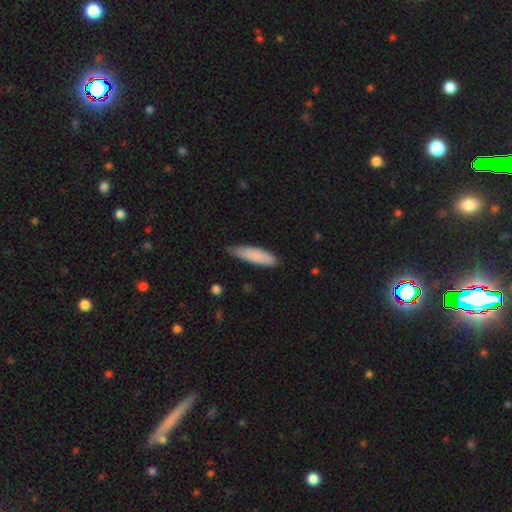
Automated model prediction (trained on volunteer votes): Q: Smooth or featured?
A: smooth (85%); runner-up: featured or disk (10%)
Q: How rounded?
A: cigar-shaped (66%); runner-up: in between (33%)
Q: Merging?
A: none (69%); runner-up: minor disturbance (26%)